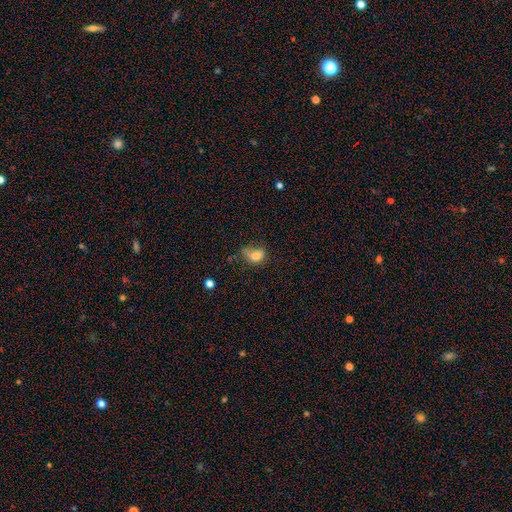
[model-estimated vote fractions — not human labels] A smooth galaxy with no disk features (75%) that is in between round and cigar-shaped (73%).

Vote fractions:
- Smooth or featured? smooth: 75% / featured or disk: 14% / star or artifact: 11%
- How rounded? in between: 73% / round: 25% / cigar-shaped: 2%
- Merging? minor disturbance: 33% (tied) / major disturbance: 33% (tied) / none: 27% / merger: 7%